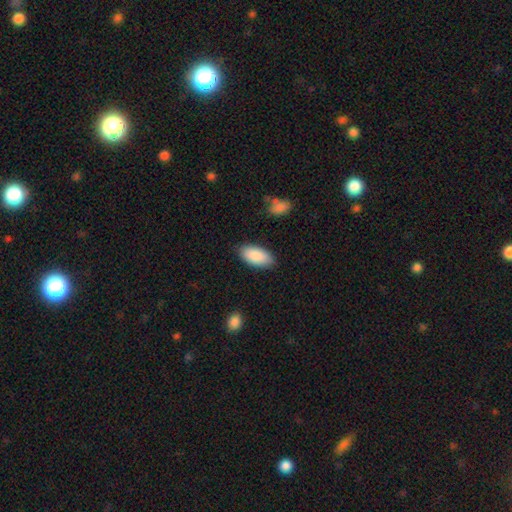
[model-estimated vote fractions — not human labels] Overall: smooth (90%). How rounded: in between (93%). Merging: none (86%).